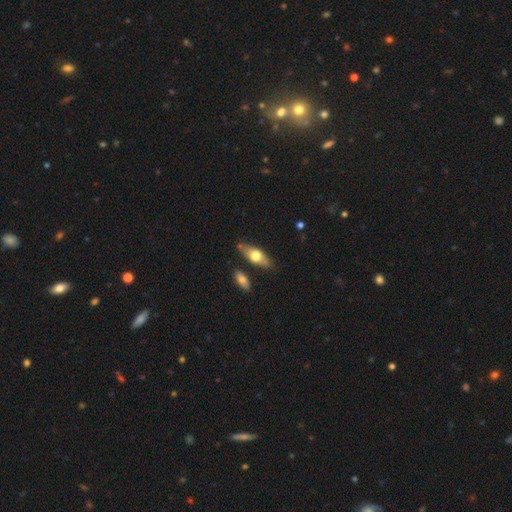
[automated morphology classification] The model was most divided on "smooth or featured": smooth: 55%, featured or disk: 39%, star or artifact: 6%. More confident: merging — none (74%); how rounded — in between (65%).